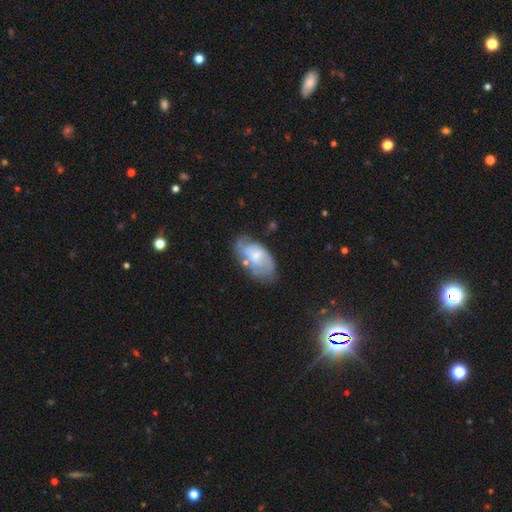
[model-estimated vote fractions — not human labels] This is likely a featured or disk galaxy (60%). It is clearly not viewed edge-on (95%). Bar: possibly no (55%). Spiral arm pattern: likely yes (74%). Central bulge: marginally moderate (40%). Merging: possibly none (52%).